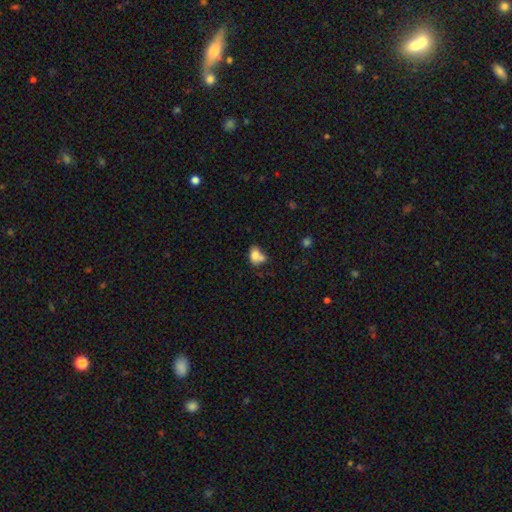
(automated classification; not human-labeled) A smooth galaxy with no disk features (75%) that is in between round and cigar-shaped (67%).

Vote fractions:
- Smooth or featured? smooth: 75% / featured or disk: 14% / star or artifact: 11%
- How rounded? in between: 67% / round: 31% / cigar-shaped: 1%
- Merging? merger: 42% / none: 29% / minor disturbance: 18% / major disturbance: 10%